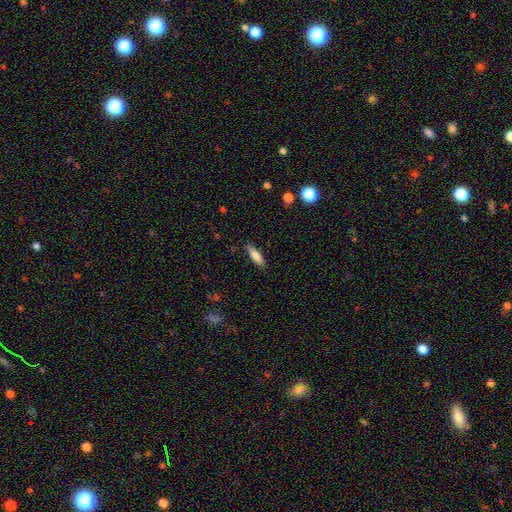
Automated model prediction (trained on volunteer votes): Morphology: type=smooth (79%); roundness=cigar-shaped (54%); merging=none (86%).